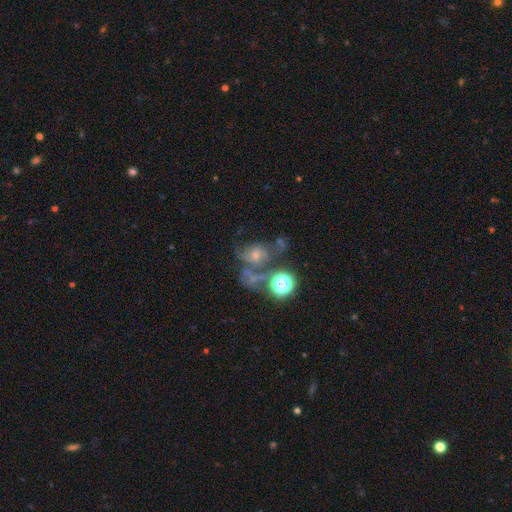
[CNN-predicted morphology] Smooth or featured? featured or disk (43%)
Merging? none (35%)